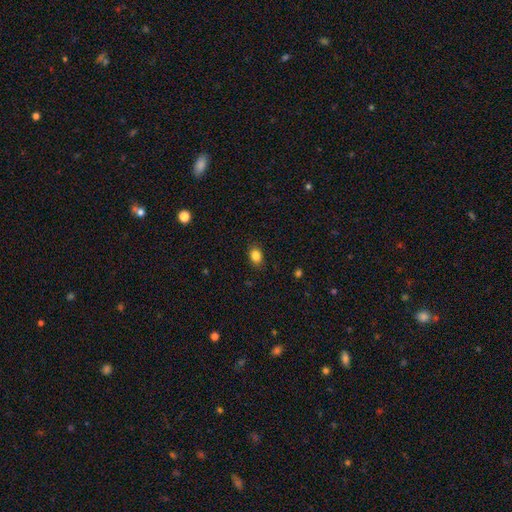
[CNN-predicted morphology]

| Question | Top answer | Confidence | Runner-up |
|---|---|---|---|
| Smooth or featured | smooth | 85% | star or artifact (10%) |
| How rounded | in between | 71% | round (28%) |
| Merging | none | 87% | minor disturbance (9%) |